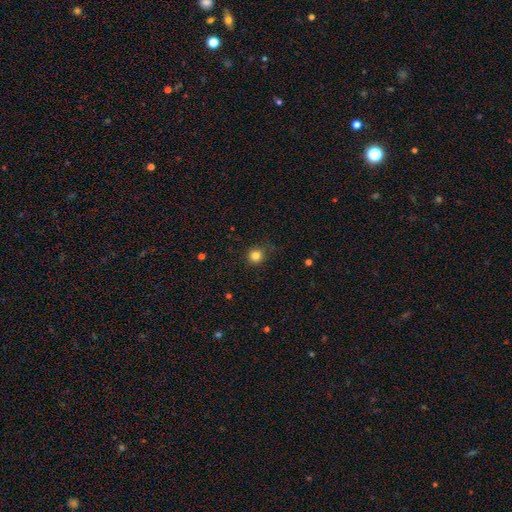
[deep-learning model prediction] This appears to be a smooth galaxy with no disk features (83%) that is round (91%). Merging: none (82%).